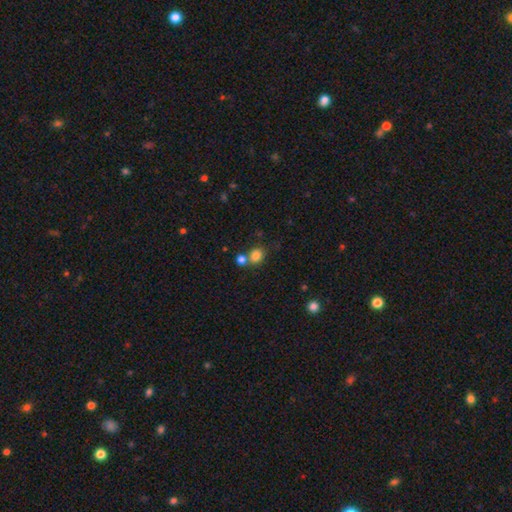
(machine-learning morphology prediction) Smooth or featured? Predicted: smooth (p=0.82). How rounded? Predicted: round (p=0.63). Merging? Predicted: none (p=0.57).